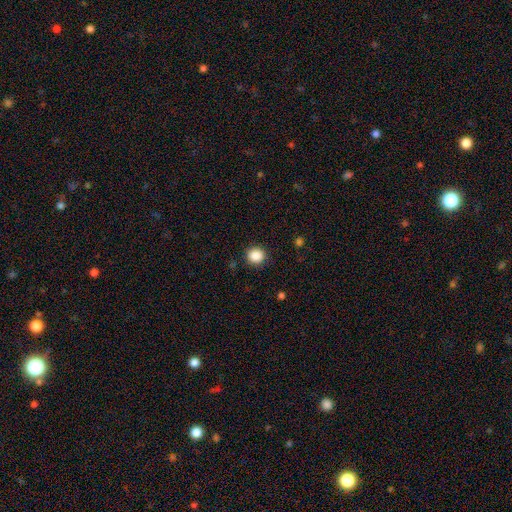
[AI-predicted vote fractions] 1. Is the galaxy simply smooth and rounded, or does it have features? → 87% smooth, 10% star or artifact, 3% featured or disk.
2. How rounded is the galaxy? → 92% round, 7% in between, 1% cigar-shaped.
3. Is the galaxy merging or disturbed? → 90% none, 7% minor disturbance, 2% major disturbance, 1% merger.